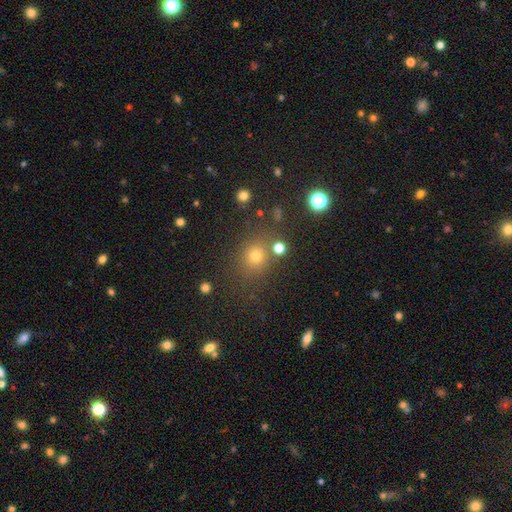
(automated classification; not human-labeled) This appears to be a smooth galaxy with no disk features (69%) that is round (79%). Merging: none (78%).